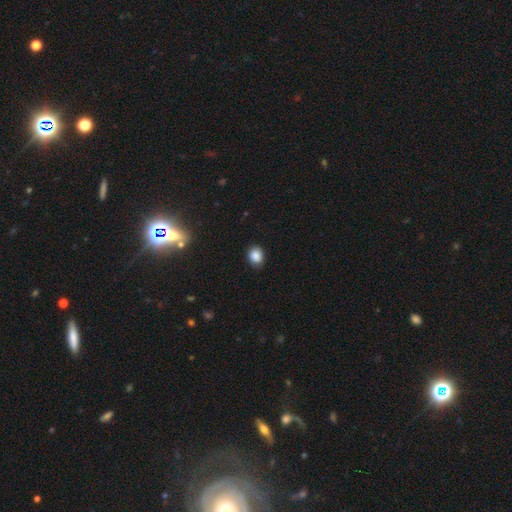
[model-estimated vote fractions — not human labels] Morphology: type=smooth (86%); roundness=round (50%); merging=none (84%).